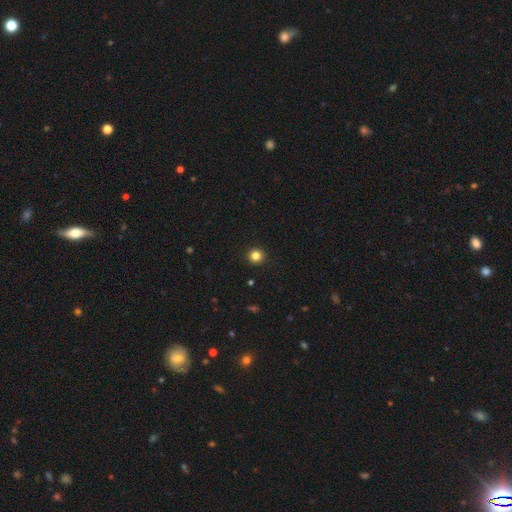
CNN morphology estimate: A smooth galaxy with no disk features (83%) that is round (94%).

Vote fractions:
- Smooth or featured? smooth: 83% / star or artifact: 12% / featured or disk: 4%
- How rounded? round: 94% / in between: 5% / cigar-shaped: 1%
- Merging? none: 93% / minor disturbance: 4% / major disturbance: 1% / merger: 1%